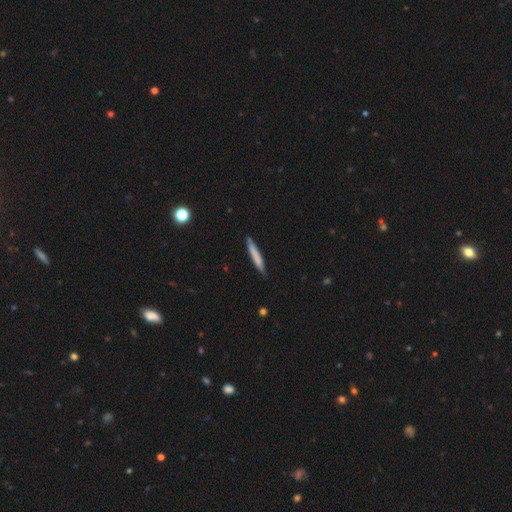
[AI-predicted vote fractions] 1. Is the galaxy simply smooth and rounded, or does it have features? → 74% smooth, 21% featured or disk, 6% star or artifact.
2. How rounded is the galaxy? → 95% cigar-shaped, 4% in between, 1% round.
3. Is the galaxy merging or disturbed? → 84% none, 13% minor disturbance, 2% major disturbance, 2% merger.